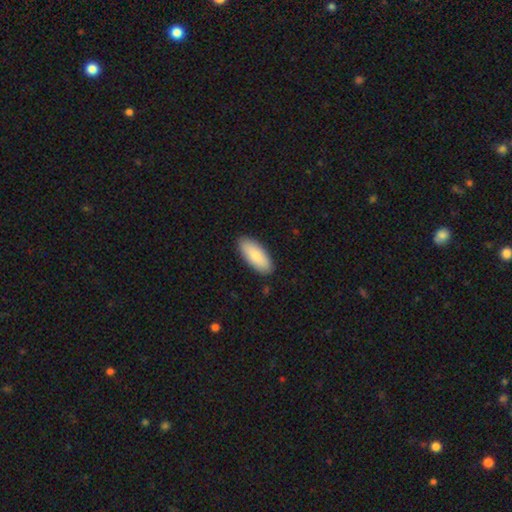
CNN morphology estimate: This is clearly a smooth galaxy (85%). How rounded: clearly in between (84%). Merging: clearly none (89%).